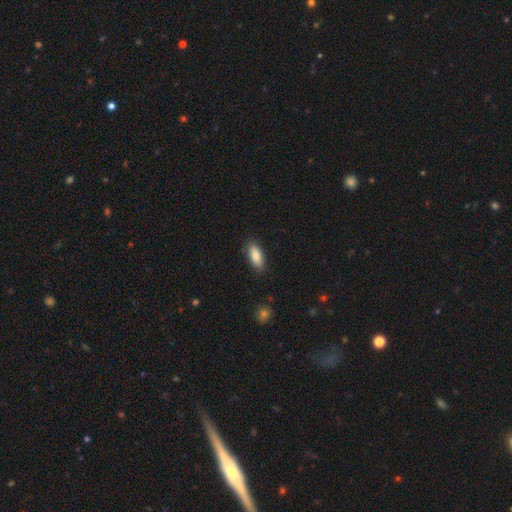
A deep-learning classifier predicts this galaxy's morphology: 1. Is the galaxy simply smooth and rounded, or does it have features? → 86% smooth, 8% featured or disk, 6% star or artifact.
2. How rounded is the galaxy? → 83% in between, 15% cigar-shaped, 2% round.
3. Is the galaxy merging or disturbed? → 85% none, 11% minor disturbance, 2% major disturbance, 1% merger.